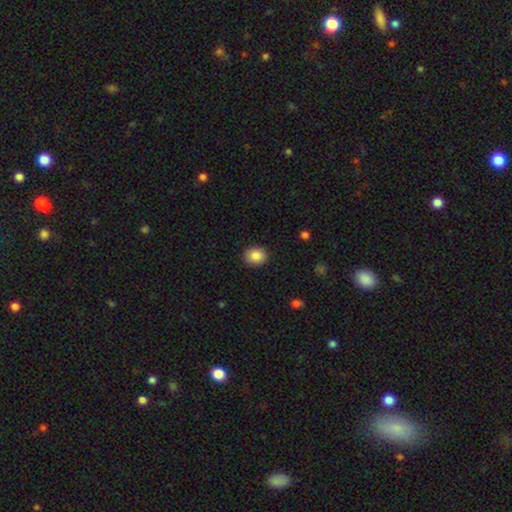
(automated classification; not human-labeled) Smooth or featured? Predicted: smooth (p=0.87). How rounded? Predicted: round (p=0.68). Merging? Predicted: none (p=0.90).